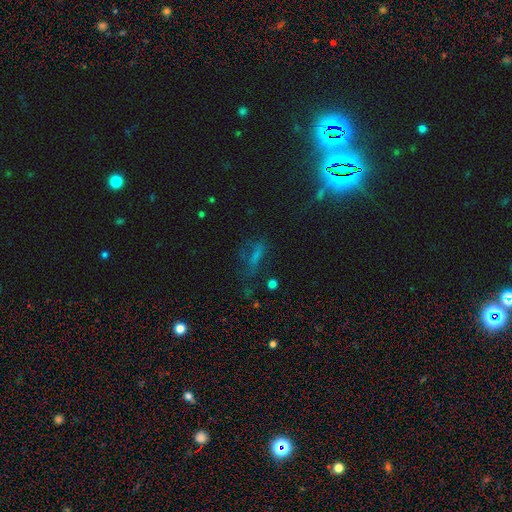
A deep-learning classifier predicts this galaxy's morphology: smooth-or-featured: smooth: 43% | star or artifact: 32% | featured or disk: 25%
  merging: none: 45% | major disturbance: 29% | minor disturbance: 21% | merger: 5%